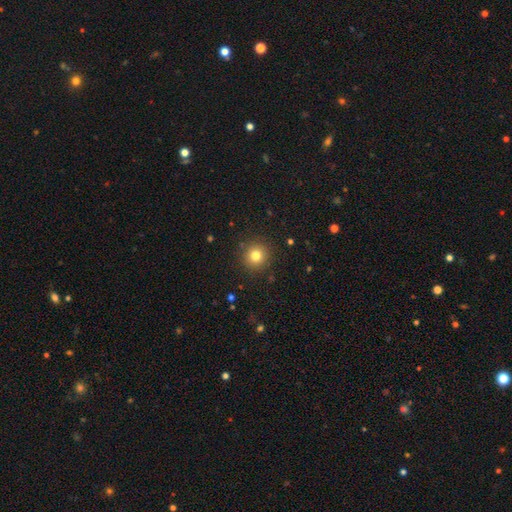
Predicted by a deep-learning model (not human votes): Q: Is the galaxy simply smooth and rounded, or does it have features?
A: smooth — 80%.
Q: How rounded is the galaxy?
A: round — 94%.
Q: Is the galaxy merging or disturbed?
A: none — 90%.